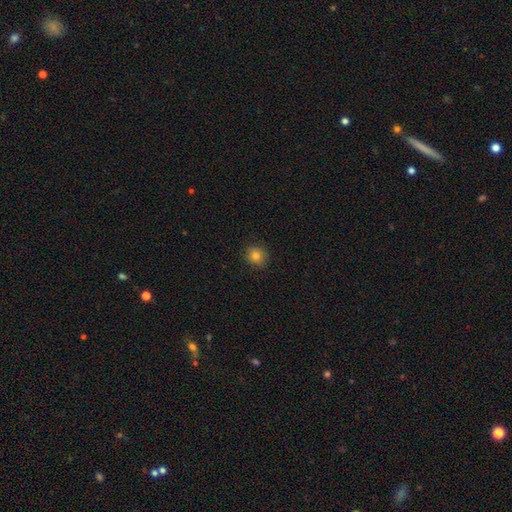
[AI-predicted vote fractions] Q: Smooth or featured?
A: smooth (82%); runner-up: star or artifact (12%)
Q: How rounded?
A: round (86%); runner-up: in between (13%)
Q: Merging?
A: none (89%); runner-up: minor disturbance (8%)